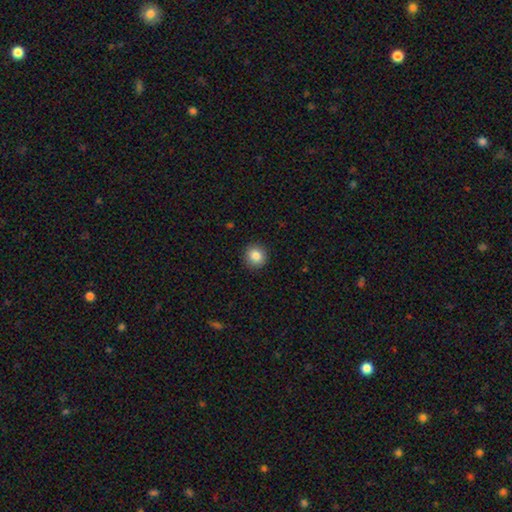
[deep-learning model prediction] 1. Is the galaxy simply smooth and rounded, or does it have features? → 85% smooth, 9% star or artifact, 6% featured or disk.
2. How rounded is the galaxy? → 91% round, 8% in between, 1% cigar-shaped.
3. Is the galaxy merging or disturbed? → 92% none, 6% minor disturbance, 2% major disturbance, 1% merger.